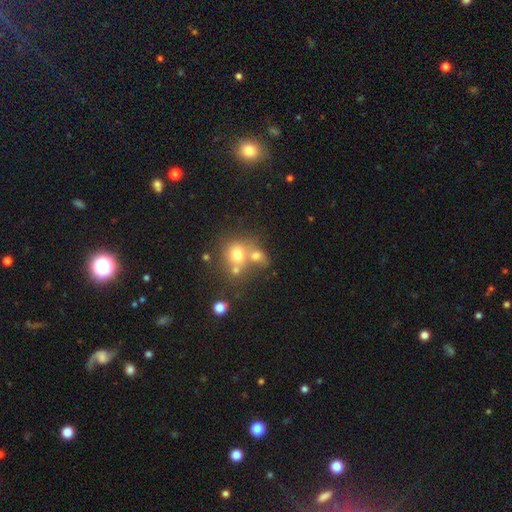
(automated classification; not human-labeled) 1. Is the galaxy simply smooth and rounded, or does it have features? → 68% smooth, 17% featured or disk, 15% star or artifact.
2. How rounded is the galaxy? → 67% round, 32% in between, 1% cigar-shaped.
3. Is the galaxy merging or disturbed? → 50% merger, 35% none, 9% minor disturbance, 6% major disturbance.